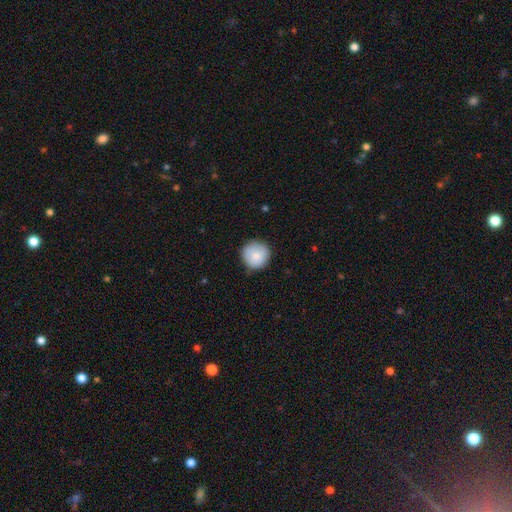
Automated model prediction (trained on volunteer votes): This appears to be a smooth galaxy with no disk features (83%) that is round (95%). Merging: none (86%).